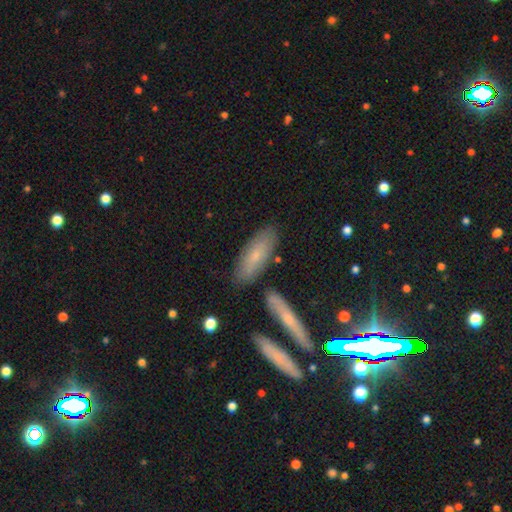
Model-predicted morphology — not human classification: Overall: smooth (67%). How rounded: in between (61%; cigar-shaped 36%). Merging: none (77%).